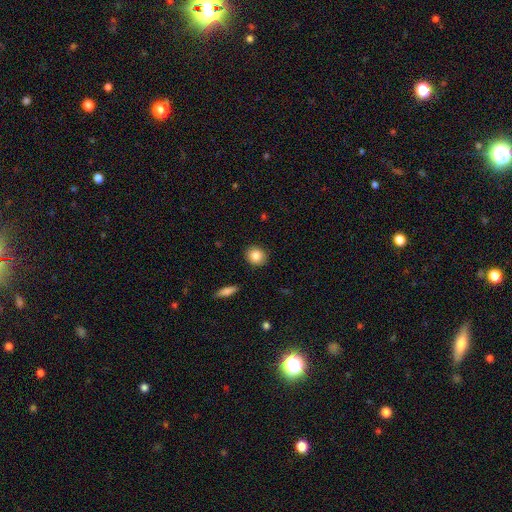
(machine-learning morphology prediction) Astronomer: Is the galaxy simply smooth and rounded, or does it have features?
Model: smooth — 86%.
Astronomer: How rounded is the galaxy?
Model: round — 75%.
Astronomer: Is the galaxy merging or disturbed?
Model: none — 89%.